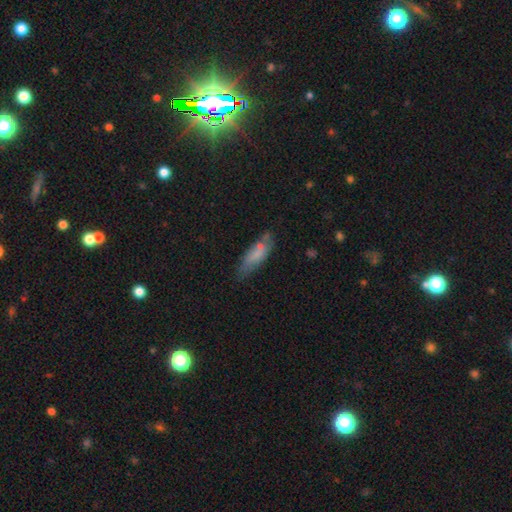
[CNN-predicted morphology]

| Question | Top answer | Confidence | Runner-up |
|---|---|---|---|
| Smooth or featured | smooth | 70% | featured or disk (23%) |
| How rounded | in between | 54% | cigar-shaped (44%) |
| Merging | none | 59% | minor disturbance (26%) |